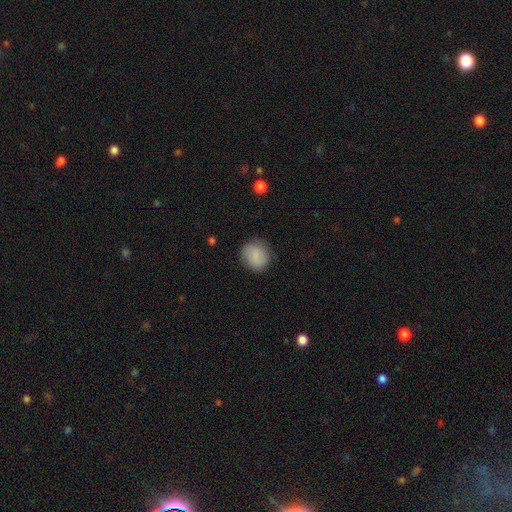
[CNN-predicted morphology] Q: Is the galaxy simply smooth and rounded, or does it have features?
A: smooth — 85%.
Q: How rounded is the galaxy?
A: round — 83%.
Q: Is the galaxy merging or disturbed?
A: none — 84%.